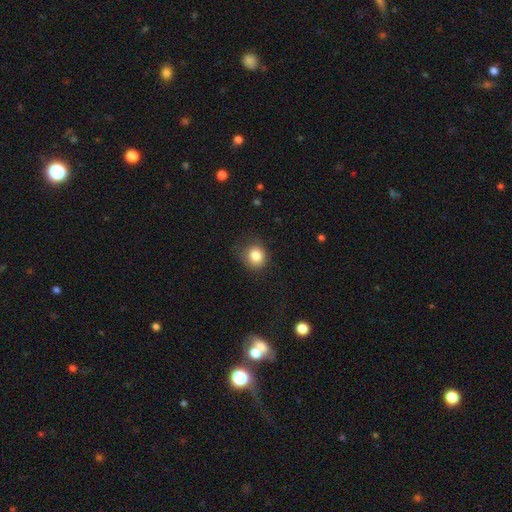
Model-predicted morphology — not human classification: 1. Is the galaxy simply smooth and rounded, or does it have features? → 83% smooth, 10% star or artifact, 6% featured or disk.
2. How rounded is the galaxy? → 82% round, 18% in between, 1% cigar-shaped.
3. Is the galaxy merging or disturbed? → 71% none, 21% minor disturbance, 7% major disturbance, 1% merger.